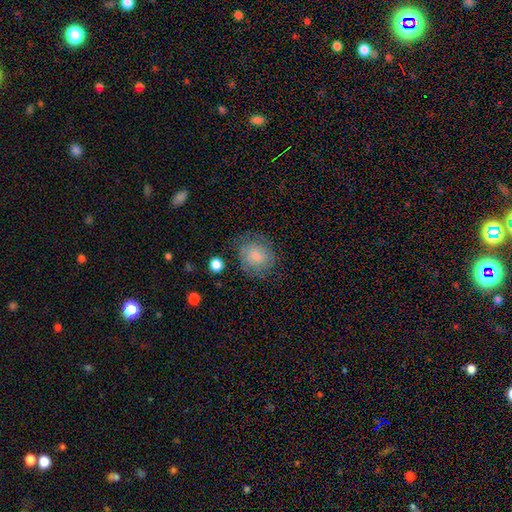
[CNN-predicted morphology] smooth_or_featured: smooth (p=0.57) [alt: featured or disk p=0.34]
how_rounded: round (p=0.74) [alt: in between p=0.25]
merging: none (p=0.68) [alt: minor disturbance p=0.20]